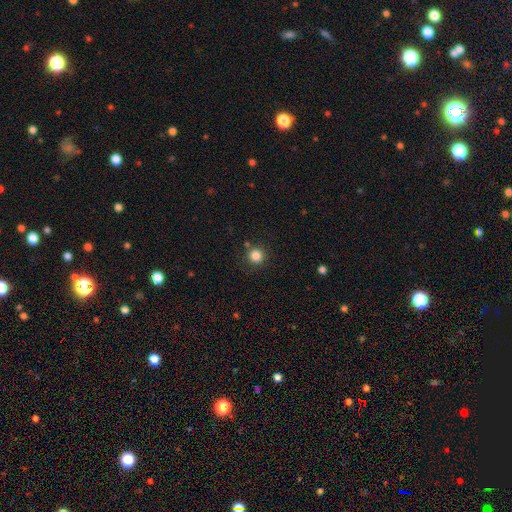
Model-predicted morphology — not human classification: This is clearly a smooth galaxy (84%). How rounded: clearly round (94%). Merging: clearly none (85%).